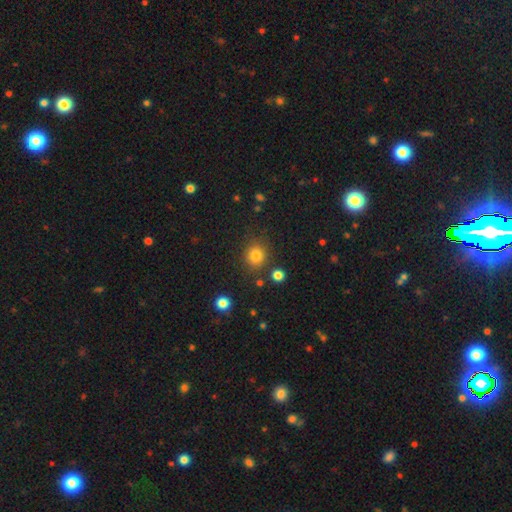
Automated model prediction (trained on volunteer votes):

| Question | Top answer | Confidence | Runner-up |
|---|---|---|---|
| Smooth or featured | smooth | 82% | star or artifact (13%) |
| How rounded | round | 85% | in between (14%) |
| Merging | none | 83% | minor disturbance (9%) |